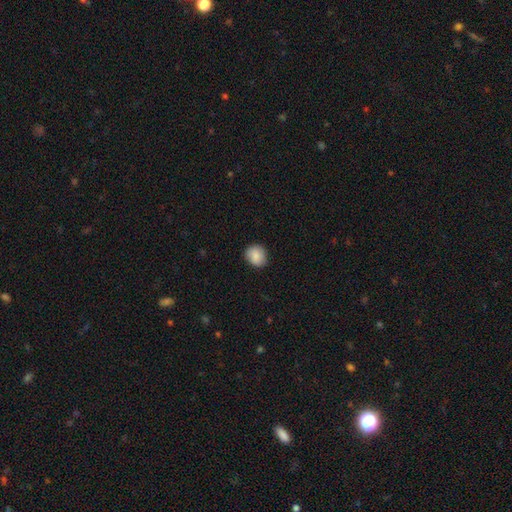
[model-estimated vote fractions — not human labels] Smooth or featured? smooth (88%)
How rounded? round (80%)
Merging? none (87%)